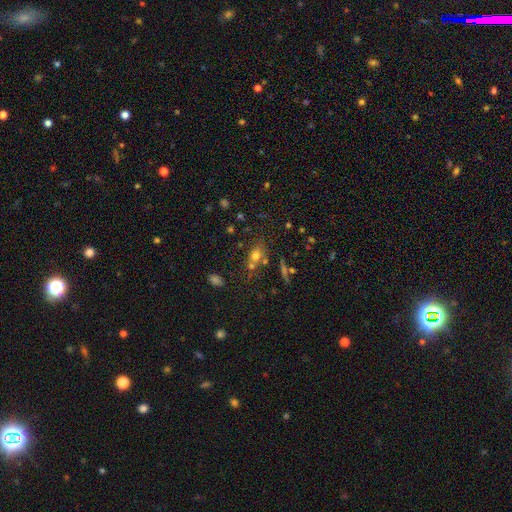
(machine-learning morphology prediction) The model was most divided on "how rounded": in between: 55%, round: 40%, cigar-shaped: 5%. Remaining: smooth or featured — smooth (65%); merging — none (50%).